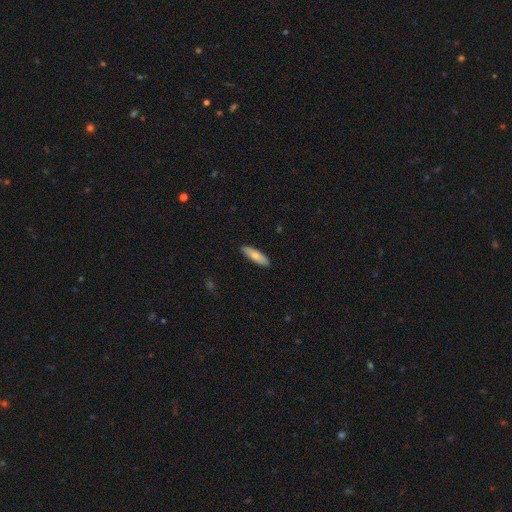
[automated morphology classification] This appears to be a smooth galaxy with no disk features (76%) that is cigar-shaped (54%). Merging: none (89%).